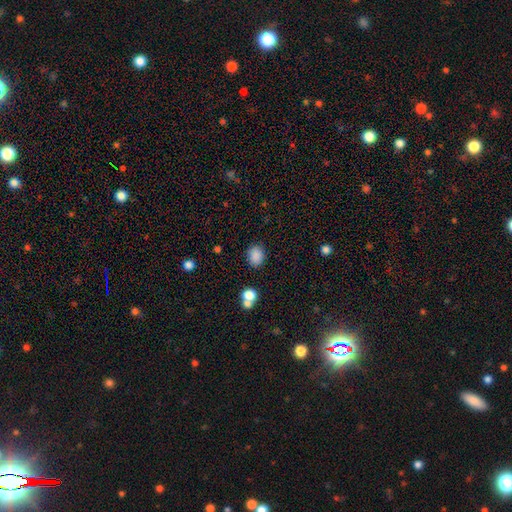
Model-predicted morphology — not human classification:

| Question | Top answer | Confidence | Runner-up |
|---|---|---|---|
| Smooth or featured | smooth | 86% | star or artifact (10%) |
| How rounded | in between | 58% | round (41%) |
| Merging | none | 79% | minor disturbance (12%) |